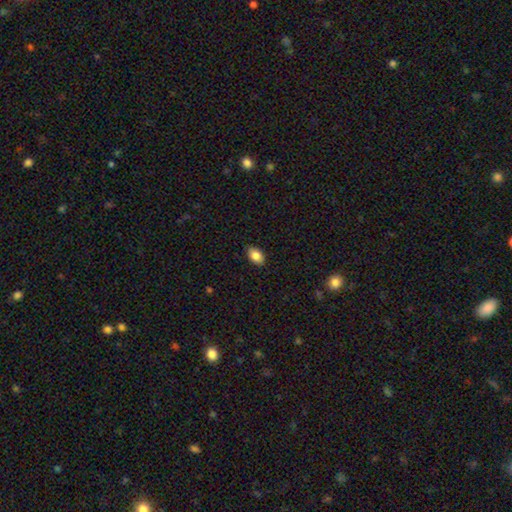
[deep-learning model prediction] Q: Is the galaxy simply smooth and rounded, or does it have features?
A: smooth — 85%.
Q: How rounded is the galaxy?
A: in between — 90%.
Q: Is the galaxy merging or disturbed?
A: none — 88%.